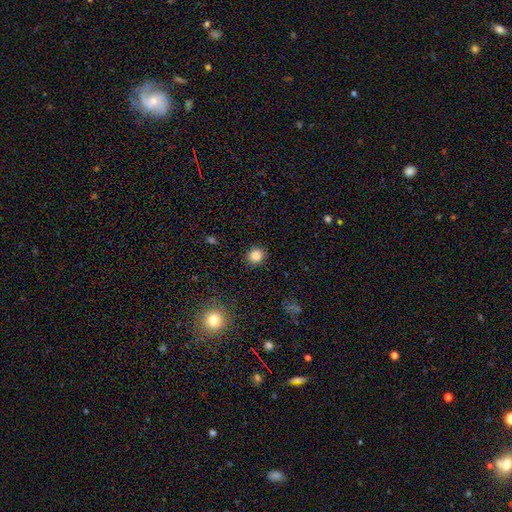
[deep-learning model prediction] Smooth or featured?
  - smooth: 85% *
  - star or artifact: 11%
  - featured or disk: 4%
How rounded?
  - round: 82% *
  - in between: 17%
  - cigar-shaped: 1%
Merging?
  - none: 88% *
  - minor disturbance: 8%
  - major disturbance: 3%
  - merger: 1%